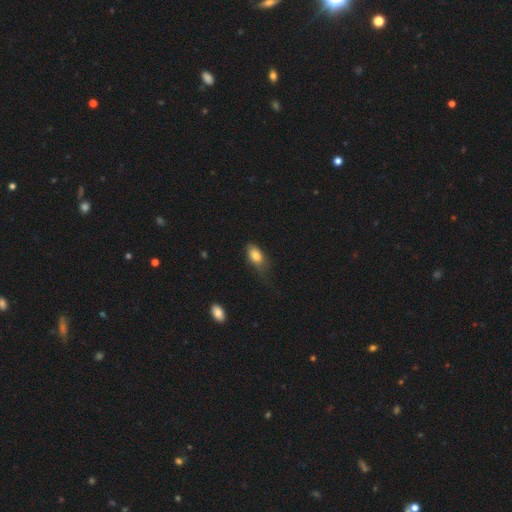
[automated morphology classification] This is clearly a smooth galaxy (81%). How rounded: clearly in between (88%). Merging: marginally none (43%).